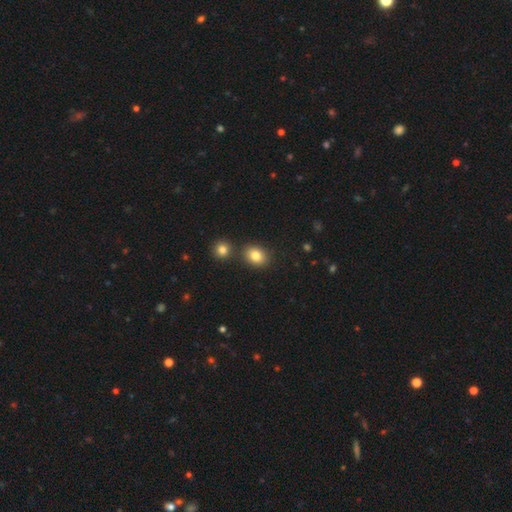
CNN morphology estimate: Overall: smooth (82%). How rounded: in between (54%; round 45%). Merging: none (77%).